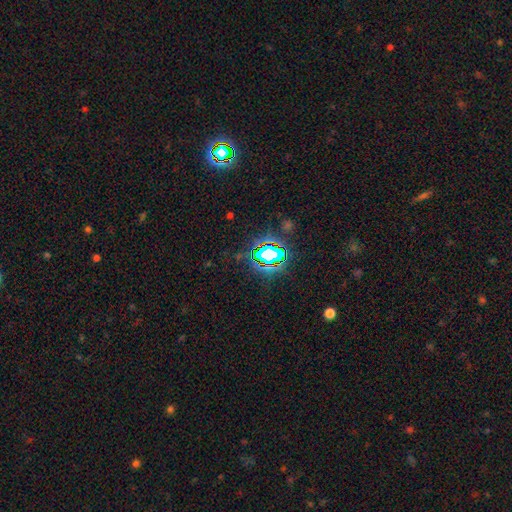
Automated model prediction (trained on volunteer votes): A star or artifact, not a galaxy (77%).